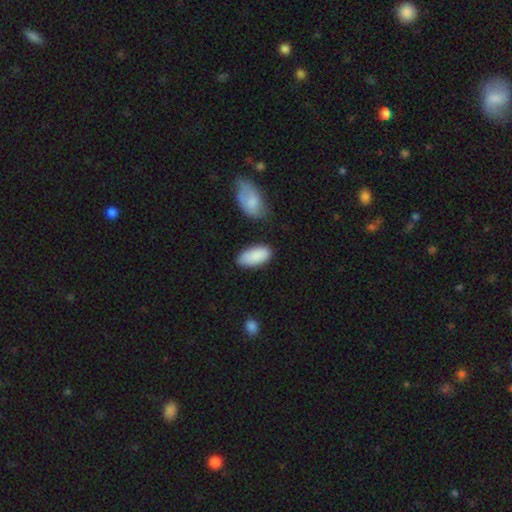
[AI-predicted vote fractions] Smooth or featured?
  - smooth: 88% *
  - featured or disk: 6%
  - star or artifact: 6%
How rounded?
  - in between: 91% *
  - cigar-shaped: 7%
  - round: 2%
Merging?
  - none: 70% *
  - minor disturbance: 20%
  - merger: 5%
  - major disturbance: 4%